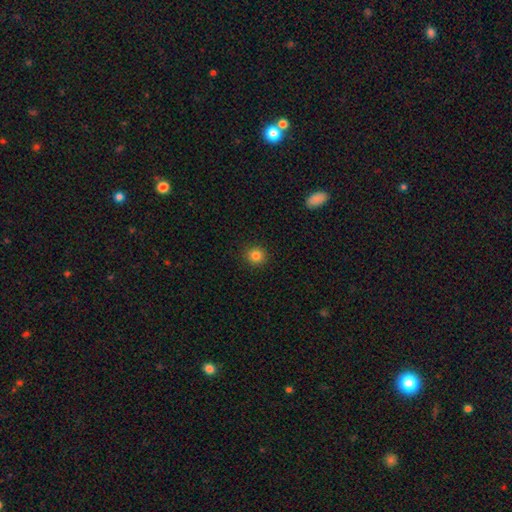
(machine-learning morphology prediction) smooth-or-featured: smooth: 83% | star or artifact: 12% | featured or disk: 5%
  how-rounded: round: 91% | in between: 8% | cigar-shaped: 1%
  merging: none: 92% | minor disturbance: 5% | major disturbance: 2% | merger: 1%